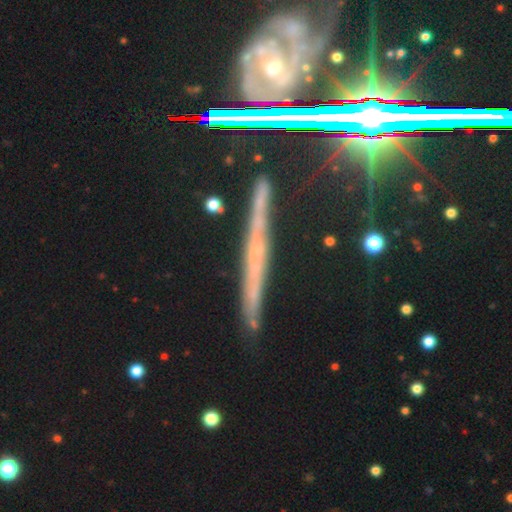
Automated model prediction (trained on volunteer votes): A featured or disk galaxy (66%) viewed edge-on (93%) with no central bulge (76%). Merging: none (83%).